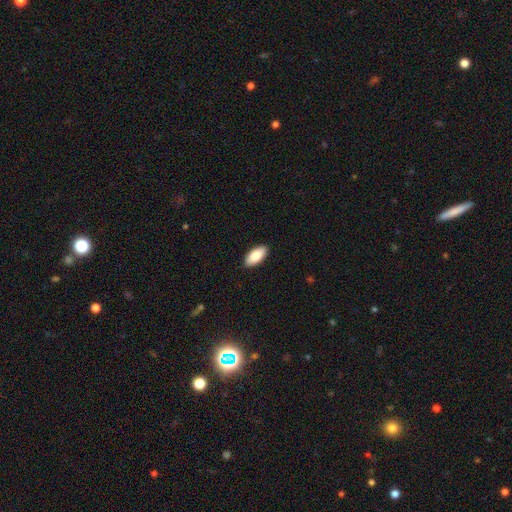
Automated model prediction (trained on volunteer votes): The model was most divided on "smooth or featured": smooth: 87%, featured or disk: 8%, star or artifact: 6%. More confident: how rounded — in between (91%); merging — none (90%).